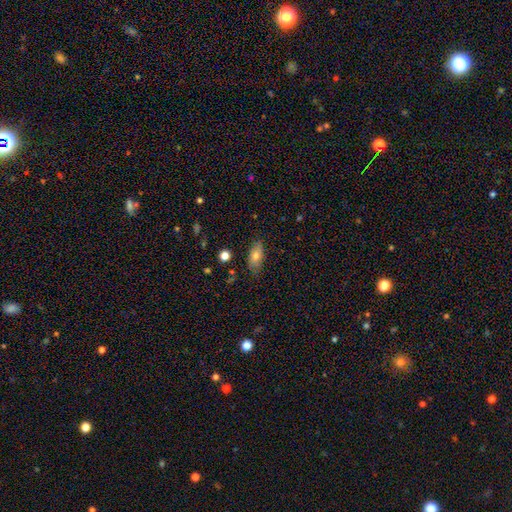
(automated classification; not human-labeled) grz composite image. It shows a smooth galaxy with no disk features (72%) that is in between round and cigar-shaped (83%). Merging: none (78%).